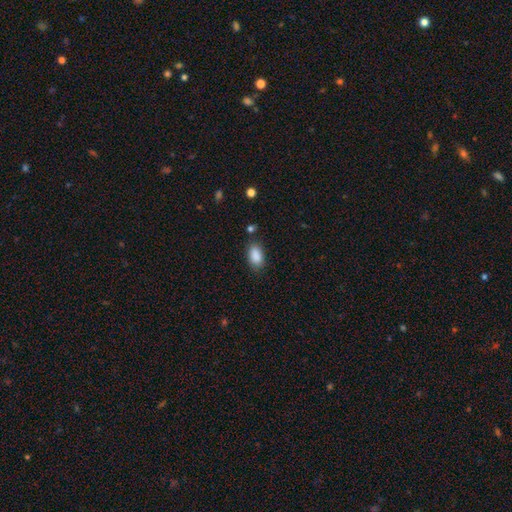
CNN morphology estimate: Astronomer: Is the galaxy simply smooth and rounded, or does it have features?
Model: smooth — 89%.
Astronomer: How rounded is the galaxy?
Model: in between — 91%.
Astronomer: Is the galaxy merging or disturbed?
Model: none — 80%.